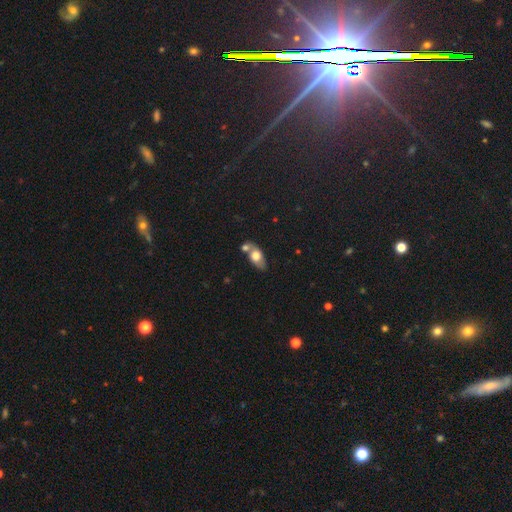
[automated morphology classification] smooth_or_featured: smooth (p=0.62) [alt: featured or disk p=0.31]
how_rounded: in between (p=0.85) [alt: round p=0.09]
merging: none (p=0.48) [alt: merger p=0.32]